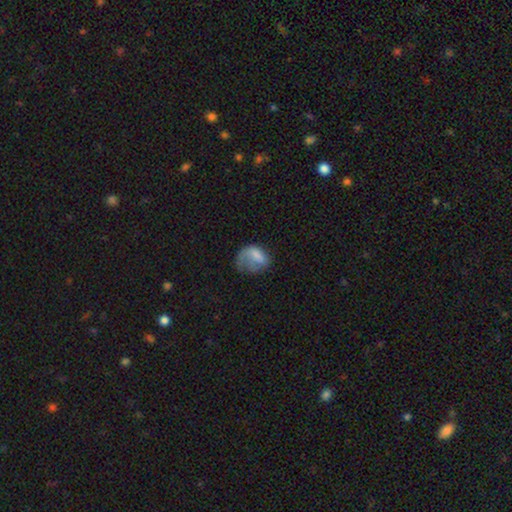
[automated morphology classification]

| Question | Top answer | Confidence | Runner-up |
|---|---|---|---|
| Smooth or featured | smooth | 64% | featured or disk (27%) |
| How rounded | in between | 65% | round (33%) |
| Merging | major disturbance | 45% | none (26%) |